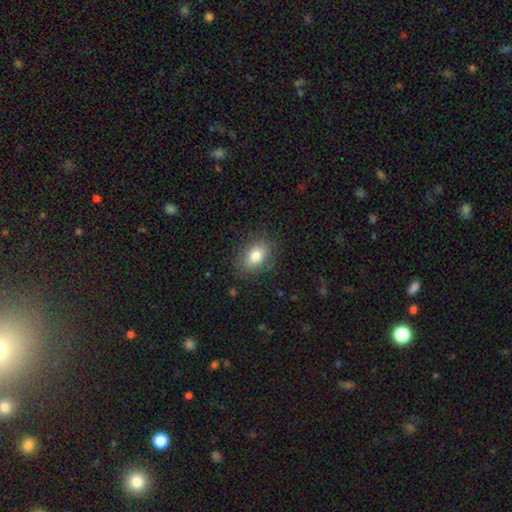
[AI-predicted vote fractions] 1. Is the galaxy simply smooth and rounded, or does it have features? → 82% smooth, 9% featured or disk, 8% star or artifact.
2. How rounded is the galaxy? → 83% in between, 16% round, 1% cigar-shaped.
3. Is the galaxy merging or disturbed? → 83% none, 12% minor disturbance, 4% major disturbance, 1% merger.